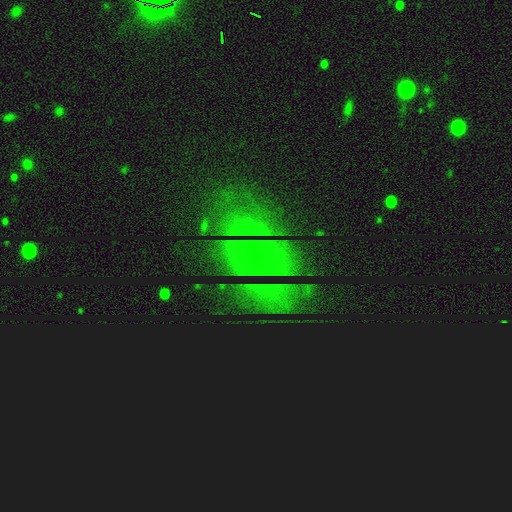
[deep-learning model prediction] Smooth or featured?
  - star or artifact: 52% *
  - featured or disk: 26%
  - smooth: 22%